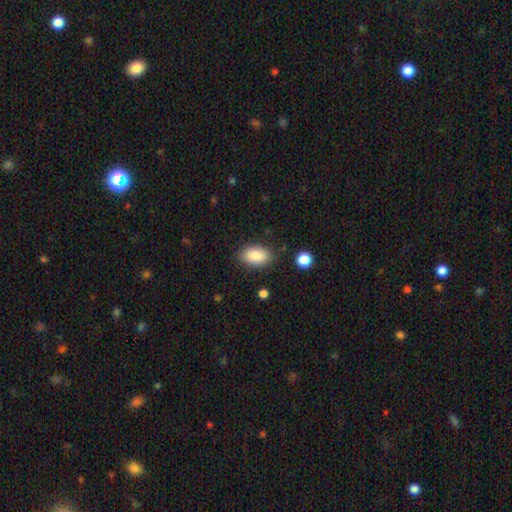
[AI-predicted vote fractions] Smooth or featured? smooth (87%)
How rounded? in between (93%)
Merging? none (84%)